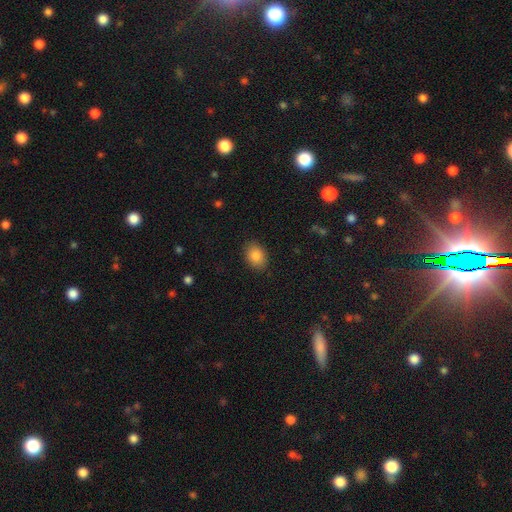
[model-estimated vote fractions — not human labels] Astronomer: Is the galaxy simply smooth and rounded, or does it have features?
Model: smooth — 85%.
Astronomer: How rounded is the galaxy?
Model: in between — 73%.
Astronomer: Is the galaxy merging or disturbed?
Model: none — 88%.